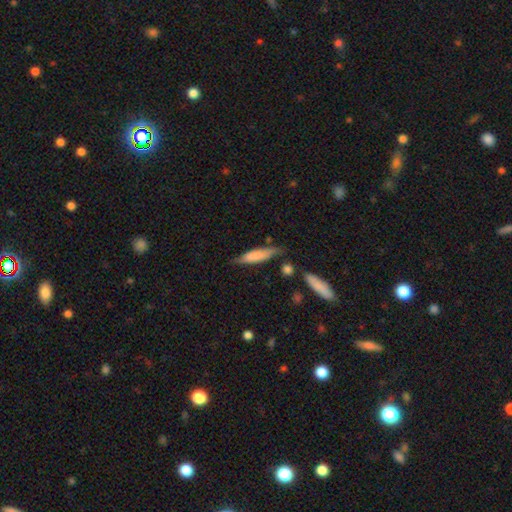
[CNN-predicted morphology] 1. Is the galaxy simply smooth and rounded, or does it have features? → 72% smooth, 23% featured or disk, 6% star or artifact.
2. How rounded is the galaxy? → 75% cigar-shaped, 23% in between, 2% round.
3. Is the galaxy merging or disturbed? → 69% none, 21% minor disturbance, 5% merger, 5% major disturbance.